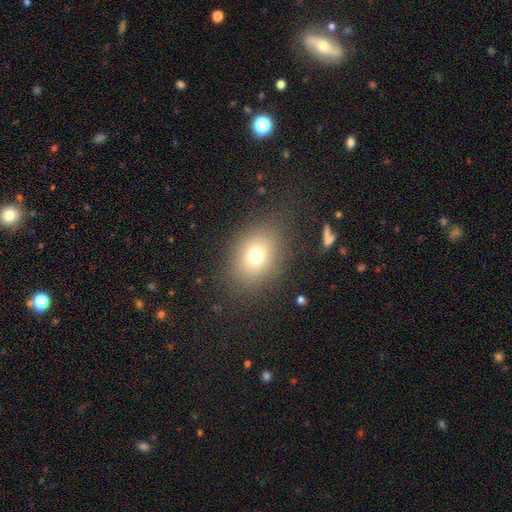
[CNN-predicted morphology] Smooth or featured?
  - smooth: 72% *
  - star or artifact: 16%
  - featured or disk: 13%
How rounded?
  - in between: 53% *
  - round: 46%
  - cigar-shaped: 1%
Merging?
  - none: 82% *
  - minor disturbance: 10%
  - major disturbance: 6%
  - merger: 1%